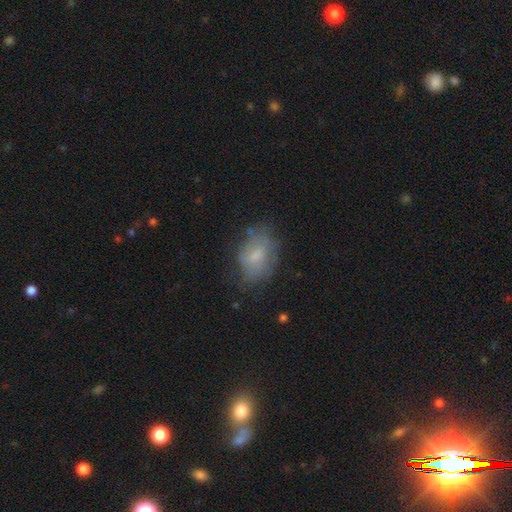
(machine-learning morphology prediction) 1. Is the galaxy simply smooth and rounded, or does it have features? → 61% smooth, 30% featured or disk, 9% star or artifact.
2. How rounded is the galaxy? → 85% in between, 14% round, 2% cigar-shaped.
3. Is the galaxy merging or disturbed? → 65% none, 24% minor disturbance, 9% major disturbance, 2% merger.